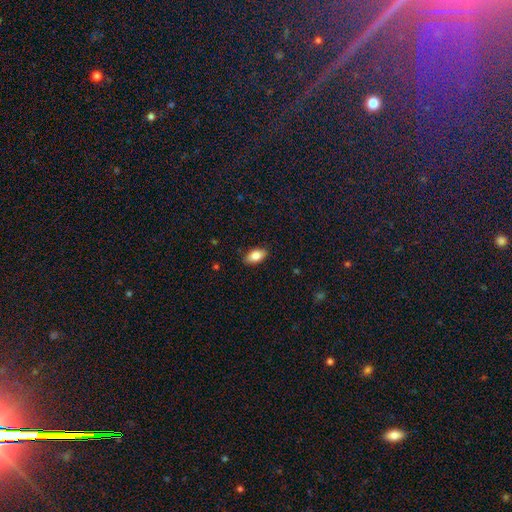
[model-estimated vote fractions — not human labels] Smooth or featured?
  - smooth: 84% *
  - featured or disk: 9%
  - star or artifact: 7%
How rounded?
  - in between: 92% *
  - round: 4%
  - cigar-shaped: 4%
Merging?
  - none: 87% *
  - minor disturbance: 10%
  - major disturbance: 2%
  - merger: 1%